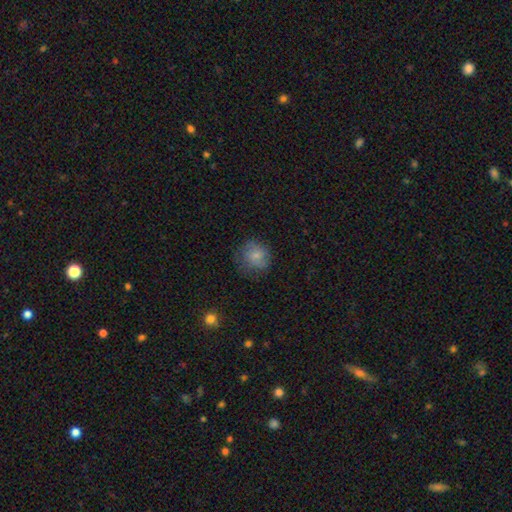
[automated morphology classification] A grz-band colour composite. It shows a smooth galaxy with no disk features (75%) that is round (80%). Merging: none (65%).